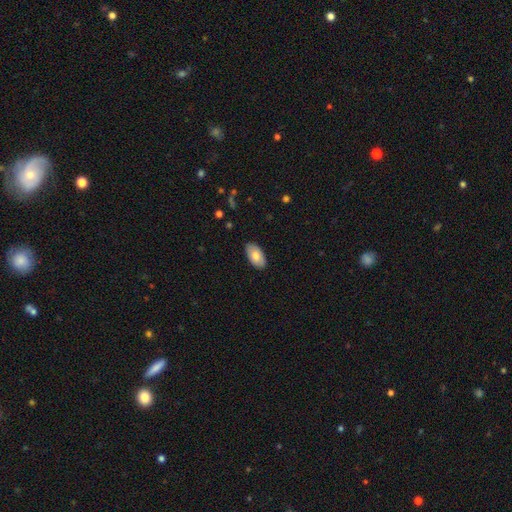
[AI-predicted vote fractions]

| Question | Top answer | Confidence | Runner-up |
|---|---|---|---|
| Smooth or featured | smooth | 75% | featured or disk (19%) |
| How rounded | in between | 95% | round (3%) |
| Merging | none | 88% | minor disturbance (10%) |